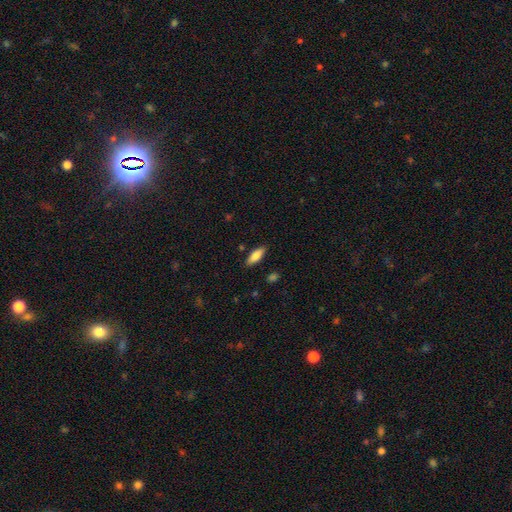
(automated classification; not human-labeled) This appears to be a smooth galaxy with no disk features (80%) that is in between round and cigar-shaped (64%). Merging: none (86%).